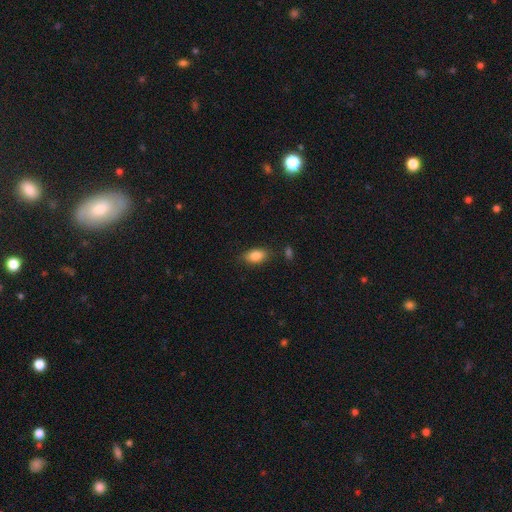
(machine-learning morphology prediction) Smooth or featured: smooth — 85% (star or artifact — 8%)
How rounded: in between — 89% (round — 7%)
Merging: none — 81% (minor disturbance — 13%)